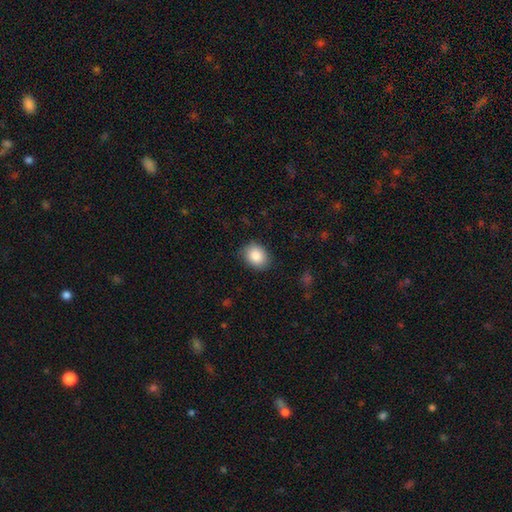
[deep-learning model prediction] smooth_or_featured: smooth (p=0.88) [alt: star or artifact p=0.07]
how_rounded: in between (p=0.57) [alt: round p=0.43]
merging: none (p=0.84) [alt: minor disturbance p=0.12]